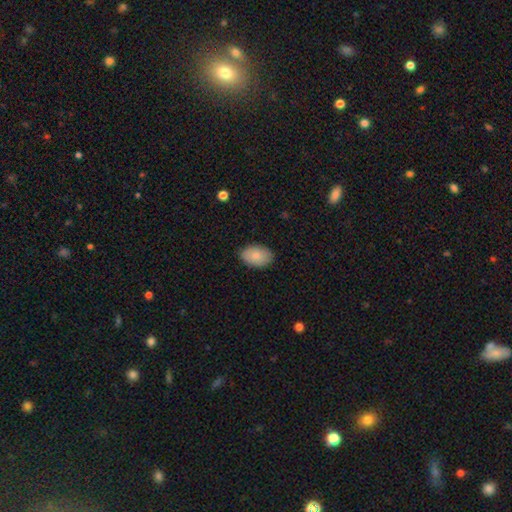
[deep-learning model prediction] Smooth or featured? smooth (82%)
How rounded? in between (87%)
Merging? none (85%)